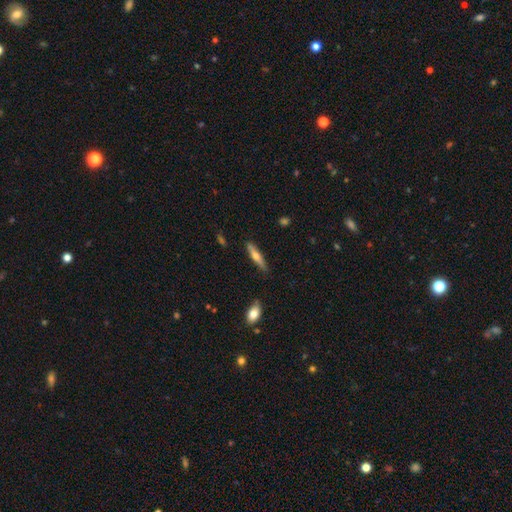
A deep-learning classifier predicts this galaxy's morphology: Smooth or featured? featured or disk (49%)
Merging? none (85%)